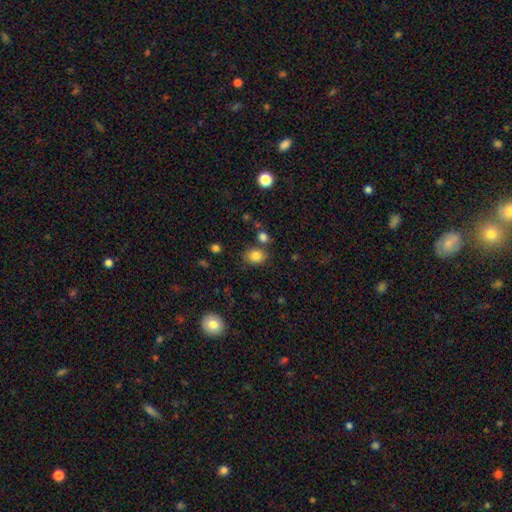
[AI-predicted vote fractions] This appears to be a smooth galaxy with no disk features (84%) that is in between round and cigar-shaped (55%). Merging: none (73%).